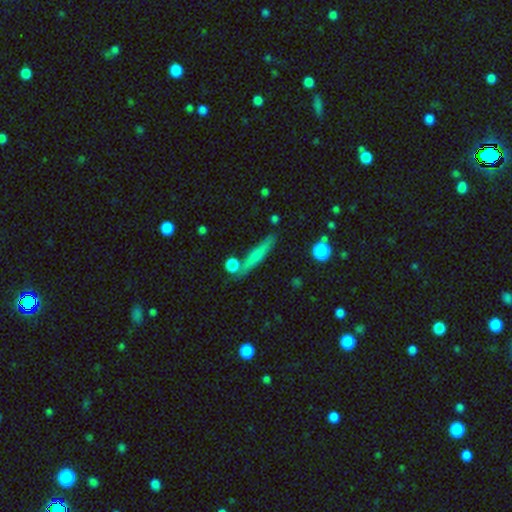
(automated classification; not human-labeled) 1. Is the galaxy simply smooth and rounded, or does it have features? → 60% smooth, 33% featured or disk, 8% star or artifact.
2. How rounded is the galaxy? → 88% cigar-shaped, 9% in between, 3% round.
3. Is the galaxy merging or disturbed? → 76% none, 13% minor disturbance, 8% merger, 3% major disturbance.